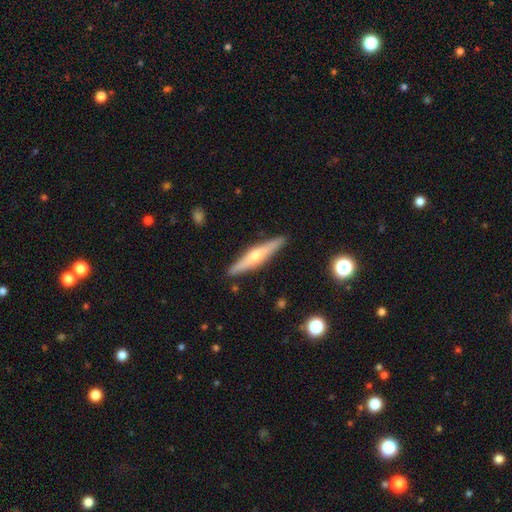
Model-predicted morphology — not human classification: A featured or disk galaxy (58%) viewed edge-on (95%) with a rounded central bulge (83%).

Vote fractions:
- Smooth or featured? featured or disk: 58% / smooth: 36% / star or artifact: 6%
- Edge-on disk? yes: 95% / no: 5%
- Edge-on bulge? rounded: 83% / none: 10% / boxy: 6%
- Merging? none: 89% / minor disturbance: 8% / major disturbance: 2% / merger: 1%